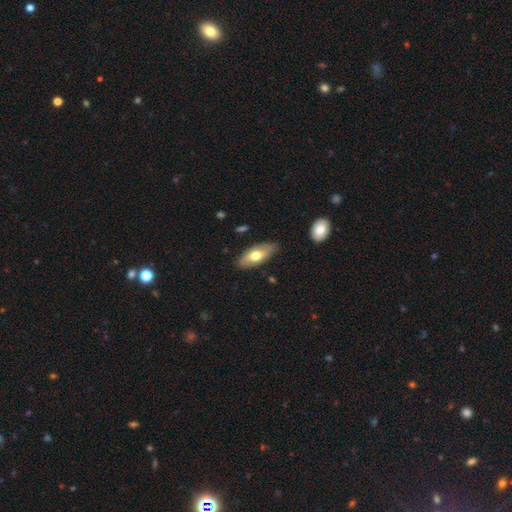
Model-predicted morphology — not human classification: A smooth galaxy with no disk features (58%) that is in between round and cigar-shaped (84%). Merging: none (81%).